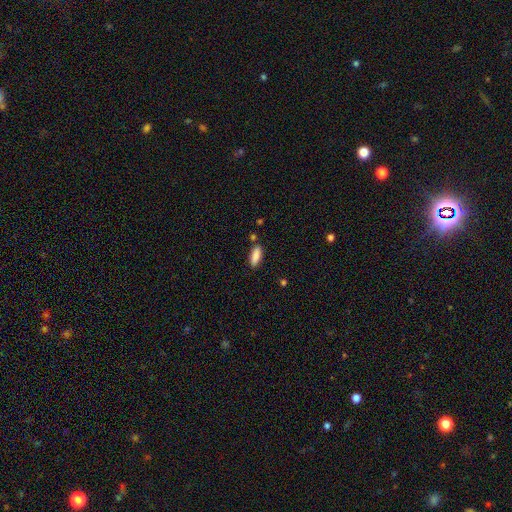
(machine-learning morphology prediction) This appears to be a smooth galaxy with no disk features (87%) that is in between round and cigar-shaped (63%). Merging: none (83%).